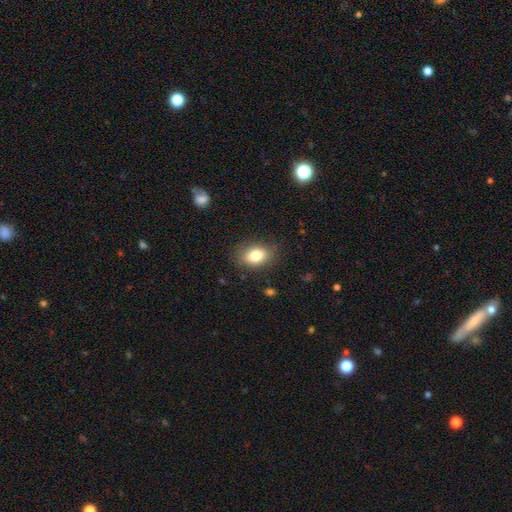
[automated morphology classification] type=smooth (82%); roundness=in between (72%); merging=none (83%).